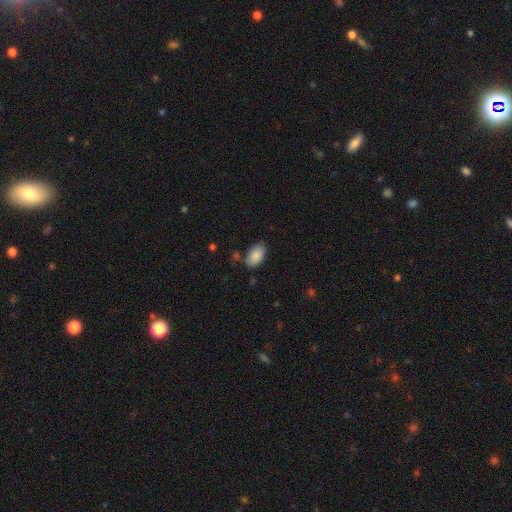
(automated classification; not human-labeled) smooth-or-featured: smooth: 88% | star or artifact: 7% | featured or disk: 5%
  how-rounded: in between: 95% | round: 4% | cigar-shaped: 2%
  merging: none: 79% | minor disturbance: 15% | major disturbance: 3% | merger: 3%